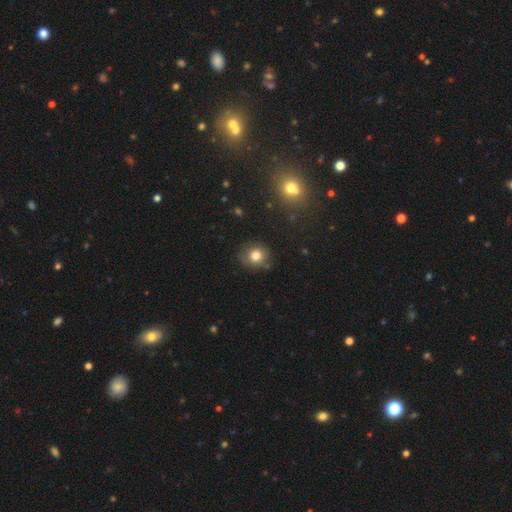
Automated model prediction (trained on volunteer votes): This is likely a smooth galaxy (79%). How rounded: clearly round (83%). Merging: likely none (80%).